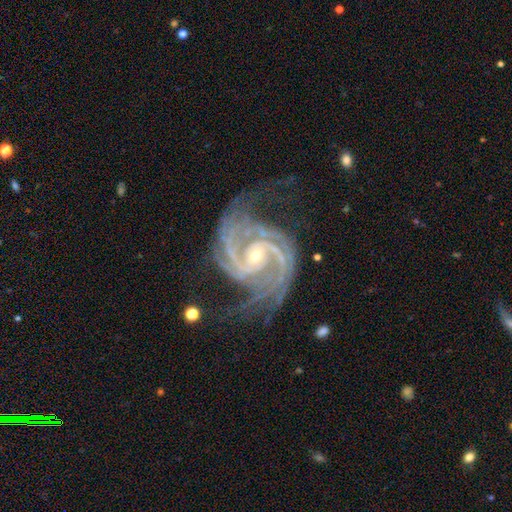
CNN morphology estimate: smooth_or_featured: featured or disk (p=0.93) [alt: star or artifact p=0.05]
disk_edge_on: no (p=0.98) [alt: yes p=0.02]
bar: weak (p=0.40) [alt: no p=0.37]
has_spiral_arms: yes (p=0.99) [alt: no p=0.01]
spiral_winding: medium (p=0.51) [alt: tight p=0.39]
spiral_arm_count: 2 (p=0.54) [alt: 3 p=0.20]
bulge_size: small (p=0.68) [alt: moderate p=0.29]
merging: none (p=0.61) [alt: minor disturbance p=0.21]